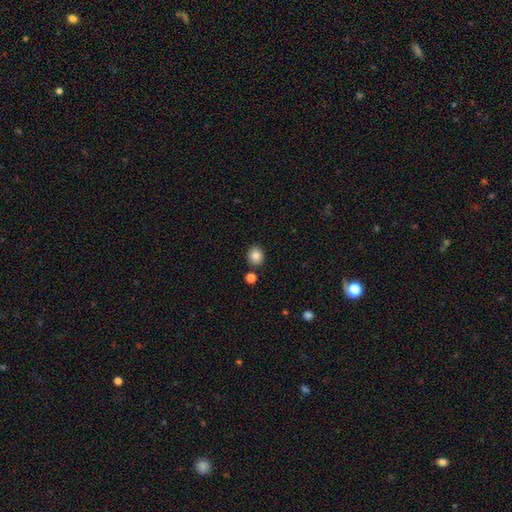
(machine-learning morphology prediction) Smooth or featured?
  - smooth: 85% *
  - star or artifact: 10%
  - featured or disk: 5%
How rounded?
  - round: 73% *
  - in between: 26%
  - cigar-shaped: 1%
Merging?
  - none: 85% *
  - minor disturbance: 8%
  - merger: 5%
  - major disturbance: 2%